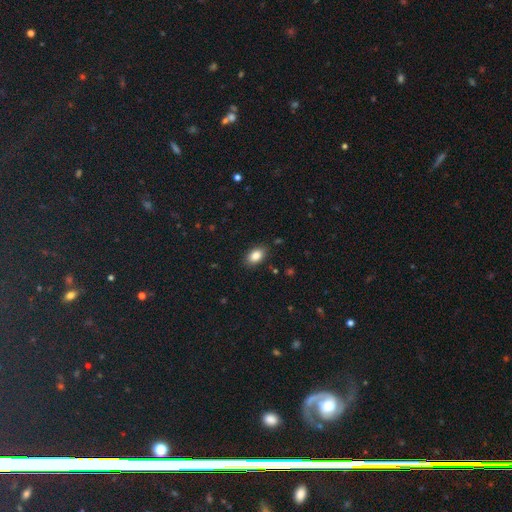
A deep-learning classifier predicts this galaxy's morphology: The model was most divided on "merging": none: 86%, minor disturbance: 10%, major disturbance: 3%, merger: 1%. More confident: how rounded — in between (88%); smooth or featured — smooth (86%).